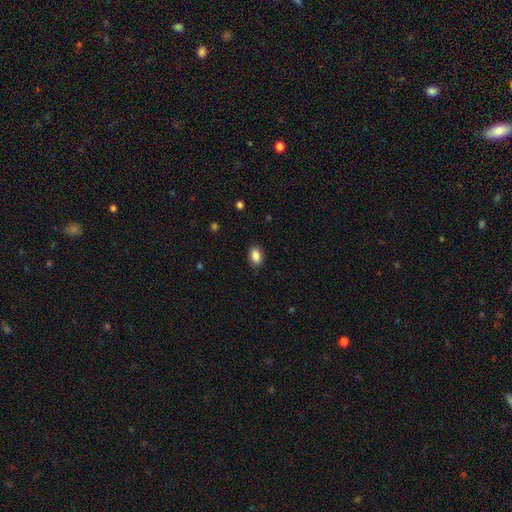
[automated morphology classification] Smooth or featured: smooth — 88% (star or artifact — 8%)
How rounded: in between — 86% (round — 12%)
Merging: none — 87% (minor disturbance — 10%)